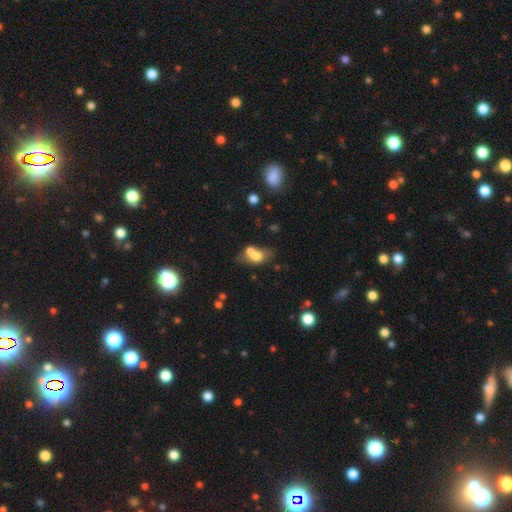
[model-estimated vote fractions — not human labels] smooth-or-featured: smooth: 66% | featured or disk: 23% | star or artifact: 11%
  how-rounded: in between: 64% | round: 33% | cigar-shaped: 4%
  merging: merger: 54% | none: 28% | minor disturbance: 11% | major disturbance: 7%